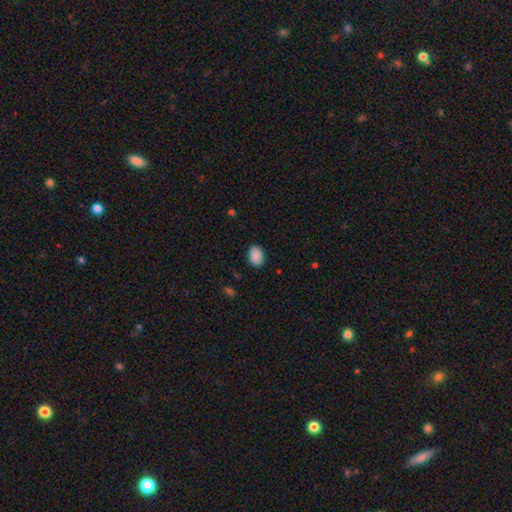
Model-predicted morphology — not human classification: type=smooth (89%); roundness=in between (79%); merging=none (84%).